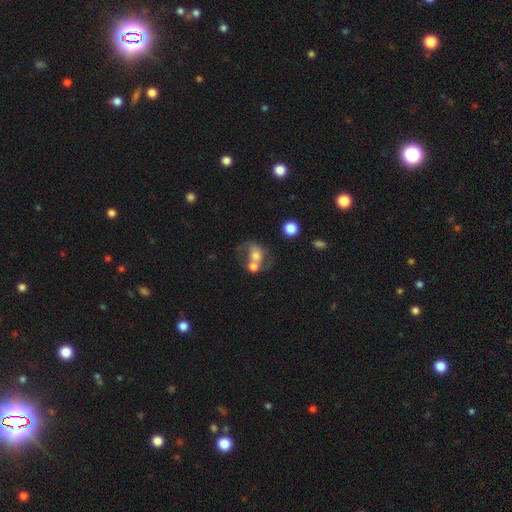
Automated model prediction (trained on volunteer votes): Morphology: type=smooth (51%); roundness=round (55%); merging=merger (57%).